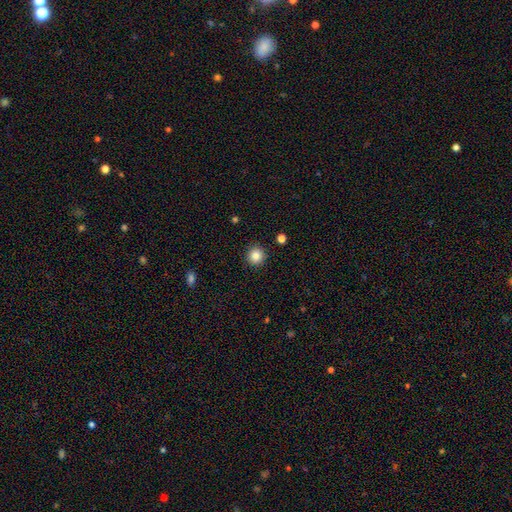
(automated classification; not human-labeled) Q: Smooth or featured?
A: smooth (83%); runner-up: star or artifact (11%)
Q: How rounded?
A: round (94%); runner-up: in between (5%)
Q: Merging?
A: none (91%); runner-up: minor disturbance (6%)